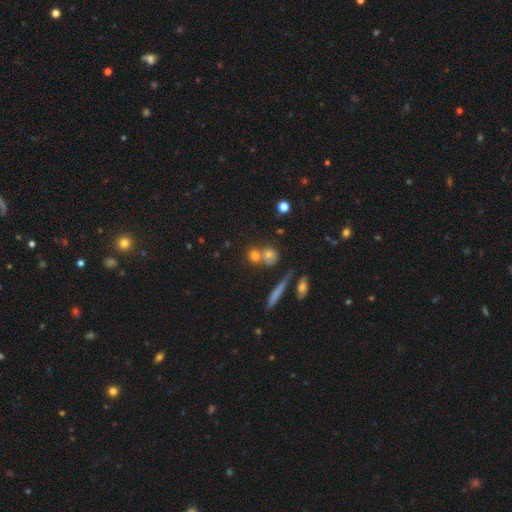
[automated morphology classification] This appears to be a smooth galaxy with no disk features (65%) that is round (76%). Merging: none (51%).